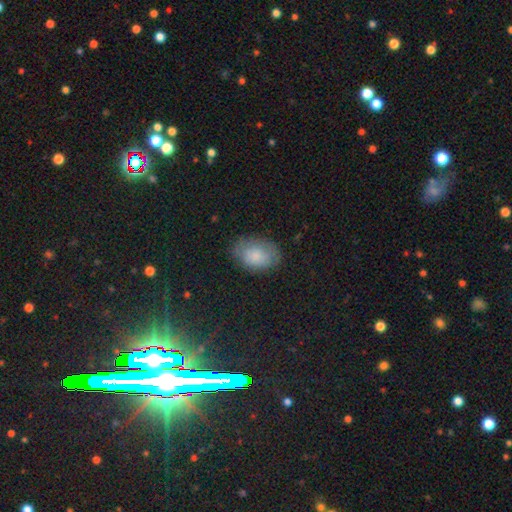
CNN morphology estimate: A smooth galaxy with no disk features (78%) that is in between round and cigar-shaped (86%). Merging: none (72%).